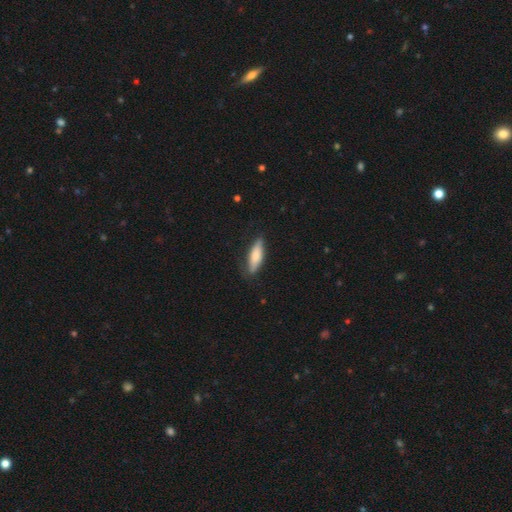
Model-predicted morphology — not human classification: Smooth or featured?
  - smooth: 74% *
  - featured or disk: 20%
  - star or artifact: 6%
How rounded?
  - cigar-shaped: 53% *
  - in between: 45%
  - round: 2%
Merging?
  - none: 78% *
  - minor disturbance: 17%
  - major disturbance: 3%
  - merger: 1%